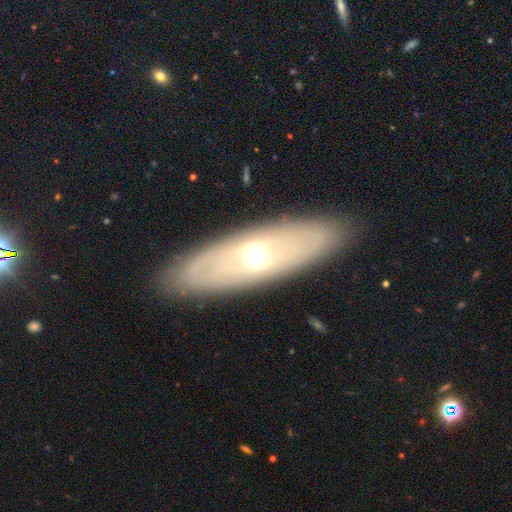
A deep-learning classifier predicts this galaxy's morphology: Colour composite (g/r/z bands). It shows a featured or disk galaxy (55%). Merging: none (88%).